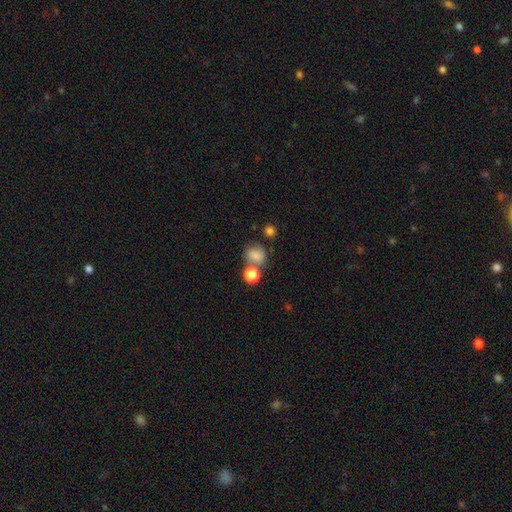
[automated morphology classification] smooth_or_featured: smooth (p=0.77) [alt: star or artifact p=0.13]
how_rounded: round (p=0.71) [alt: in between p=0.28]
merging: none (p=0.57) [alt: merger p=0.24]